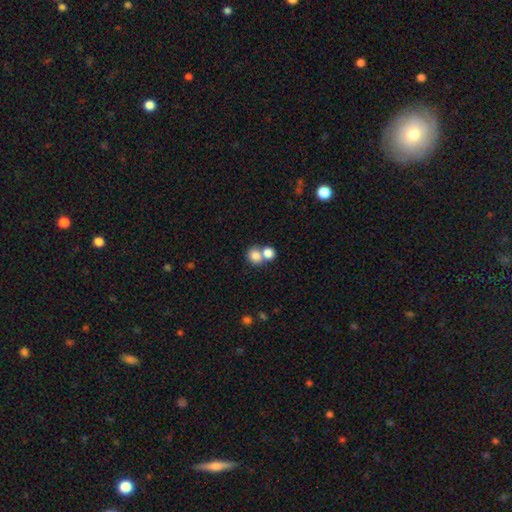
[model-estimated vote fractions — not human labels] This is clearly a smooth galaxy (80%). How rounded: likely round (66%). Merging: possibly merger (53%).